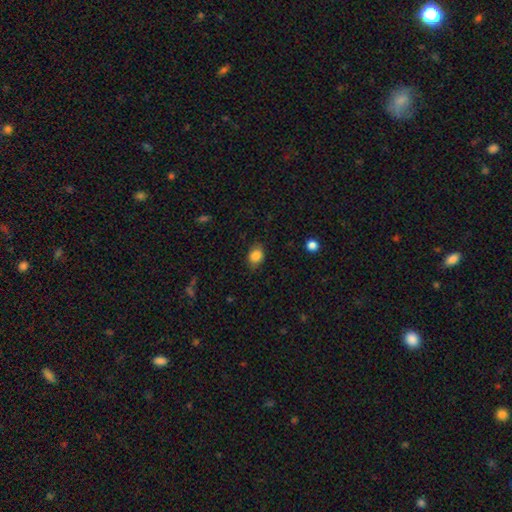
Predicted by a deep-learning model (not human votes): Smooth or featured? smooth (85%)
How rounded? in between (63%)
Merging? none (79%)